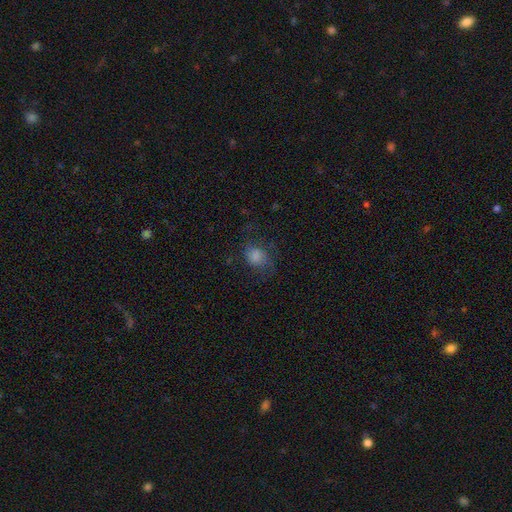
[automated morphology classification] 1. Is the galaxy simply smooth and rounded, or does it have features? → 62% smooth, 20% featured or disk, 18% star or artifact.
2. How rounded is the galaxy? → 54% round, 45% in between, 1% cigar-shaped.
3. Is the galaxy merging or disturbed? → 60% none, 21% minor disturbance, 18% major disturbance, 2% merger.